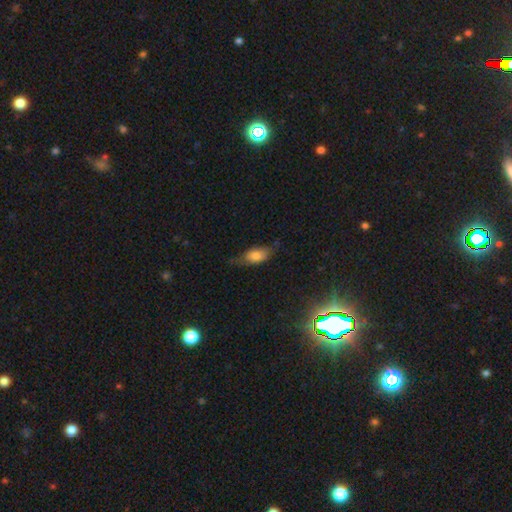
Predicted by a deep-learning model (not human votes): Smooth or featured? smooth (70%)
How rounded? in between (83%)
Merging? none (53%)